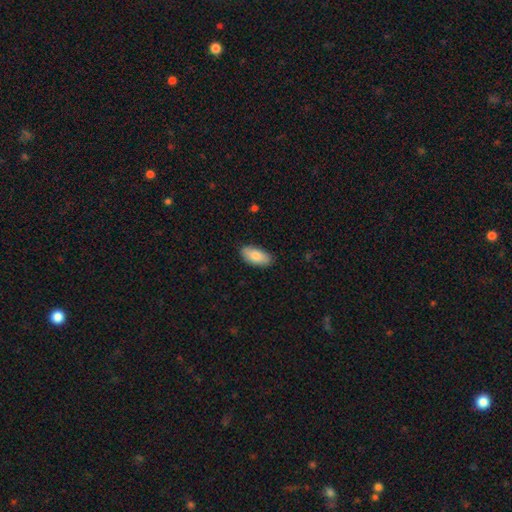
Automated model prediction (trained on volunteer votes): A smooth galaxy with no disk features (82%) that is in between round and cigar-shaped (92%). Merging: none (86%).